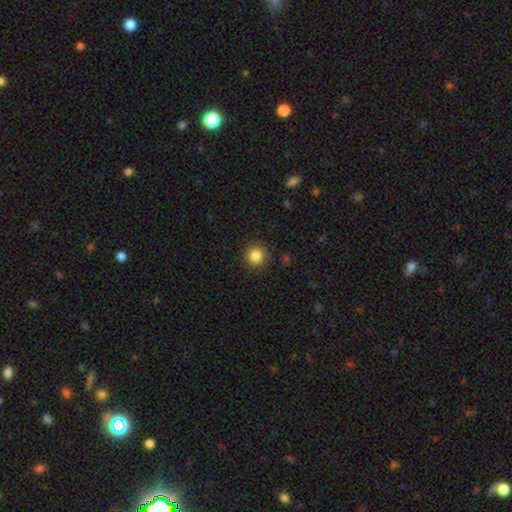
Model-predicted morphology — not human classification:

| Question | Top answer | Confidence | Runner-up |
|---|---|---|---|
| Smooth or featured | smooth | 85% | star or artifact (11%) |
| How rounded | round | 94% | in between (5%) |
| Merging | none | 91% | minor disturbance (5%) |